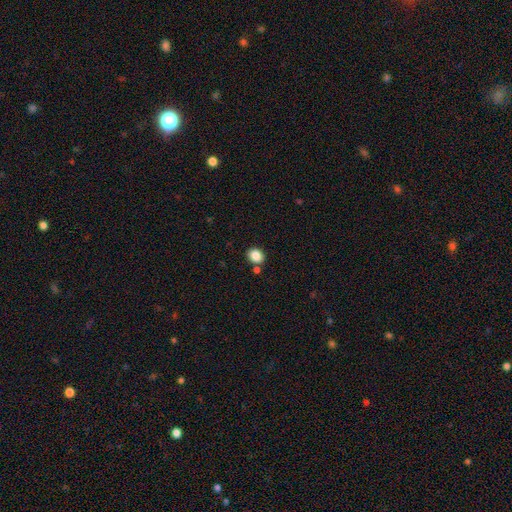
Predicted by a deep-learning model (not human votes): Overall: smooth (85%). How rounded: round (60%; in between 39%). Merging: none (77%).